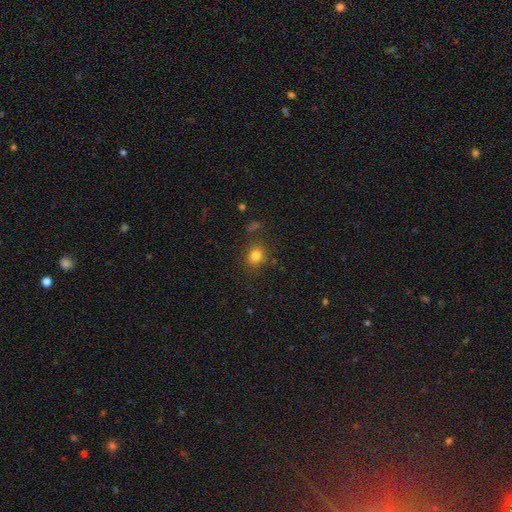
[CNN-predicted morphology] A smooth galaxy with no disk features (80%) that is round (75%).

Vote fractions:
- Smooth or featured? smooth: 80% / star or artifact: 13% / featured or disk: 7%
- How rounded? round: 75% / in between: 24% / cigar-shaped: 1%
- Merging? none: 81% / minor disturbance: 12% / major disturbance: 4% / merger: 3%